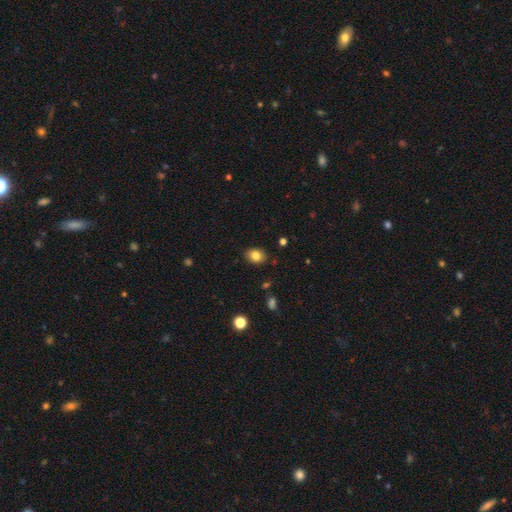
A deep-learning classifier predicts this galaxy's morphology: The model was most divided on "how rounded": in between: 50%, round: 49%, cigar-shaped: 1%. More confident: merging — none (86%); smooth or featured — smooth (83%).